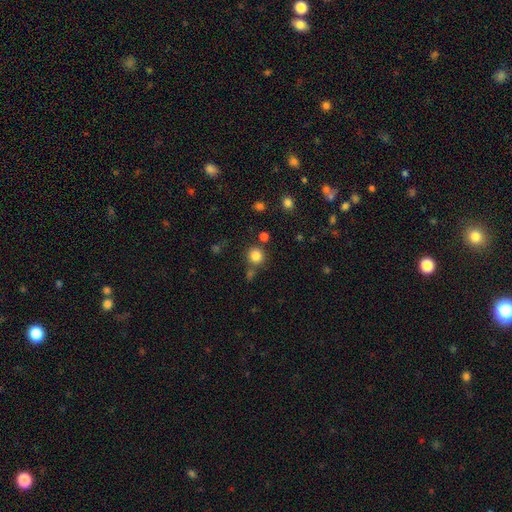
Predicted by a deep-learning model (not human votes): A smooth galaxy with no disk features (83%) that is round (91%). Merging: none (76%).